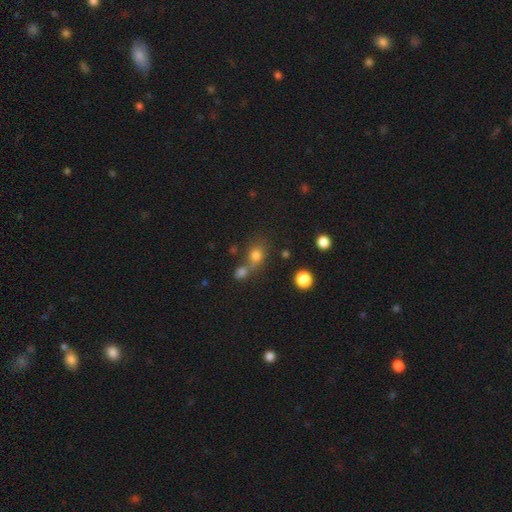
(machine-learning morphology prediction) This appears to be a smooth galaxy with no disk features (74%) that is round (60%). Merging: none (51%).